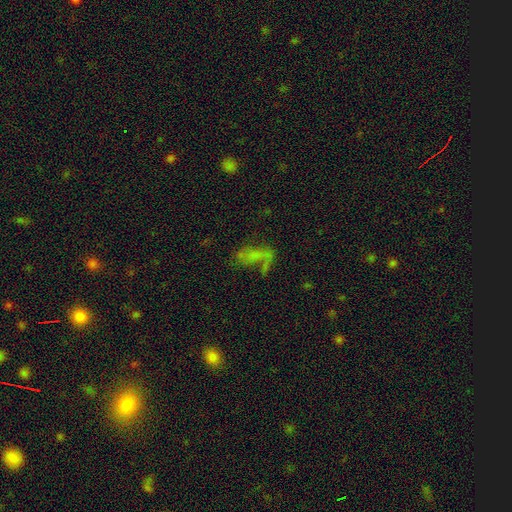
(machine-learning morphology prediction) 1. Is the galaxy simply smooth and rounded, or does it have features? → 42% smooth, 35% featured or disk, 23% star or artifact.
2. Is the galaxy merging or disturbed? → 34% none, 33% major disturbance, 18% minor disturbance, 15% merger.